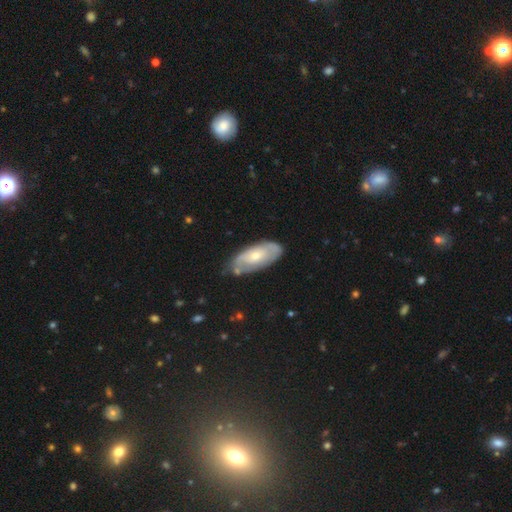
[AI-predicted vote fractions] smooth-or-featured: featured or disk: 55% | smooth: 39% | star or artifact: 5%
  disk-edge-on: no: 89% | yes: 11%
  merging: none: 65% | minor disturbance: 25% | major disturbance: 6% | merger: 3%